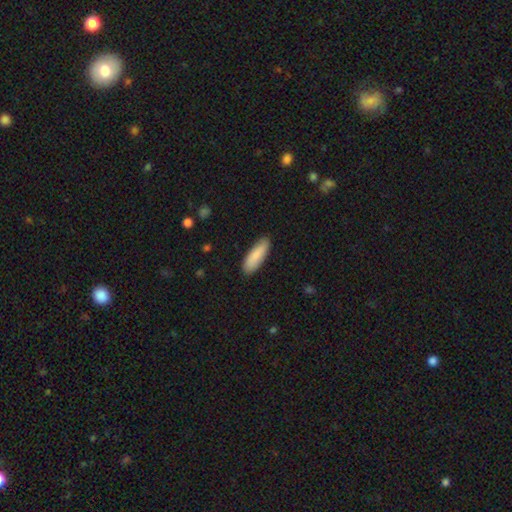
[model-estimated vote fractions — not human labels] smooth_or_featured: smooth (p=0.86) [alt: featured or disk p=0.09]
how_rounded: in between (p=0.50) [alt: cigar-shaped p=0.49]
merging: none (p=0.88) [alt: minor disturbance p=0.09]